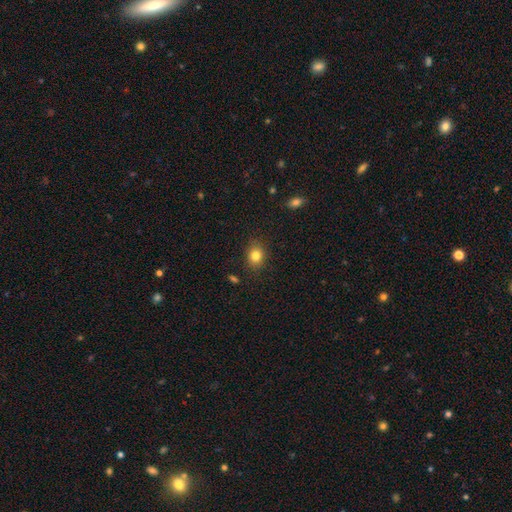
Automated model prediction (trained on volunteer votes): The model was most divided on "how rounded": round: 55%, in between: 44%, cigar-shaped: 1%. More confident: merging — none (85%); smooth or featured — smooth (82%).